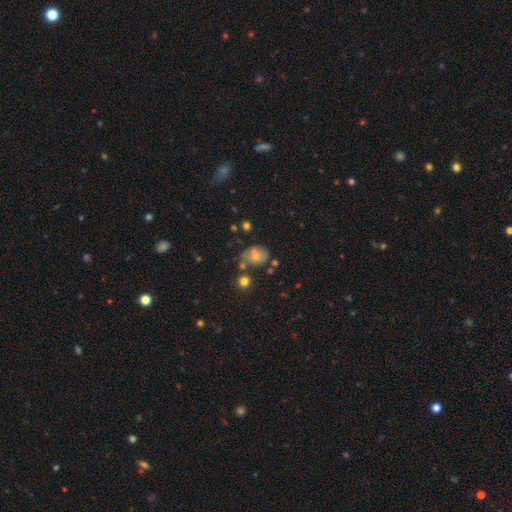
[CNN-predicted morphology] Smooth or featured? Predicted: smooth (p=0.66). How rounded? Predicted: in between (p=0.60). Merging? Predicted: none (p=0.50).